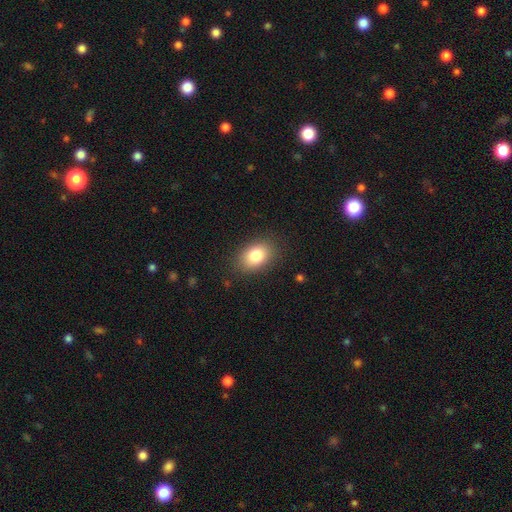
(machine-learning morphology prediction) Smooth or featured: smooth — 82% (featured or disk — 10%)
How rounded: in between — 80% (round — 18%)
Merging: none — 85% (minor disturbance — 10%)